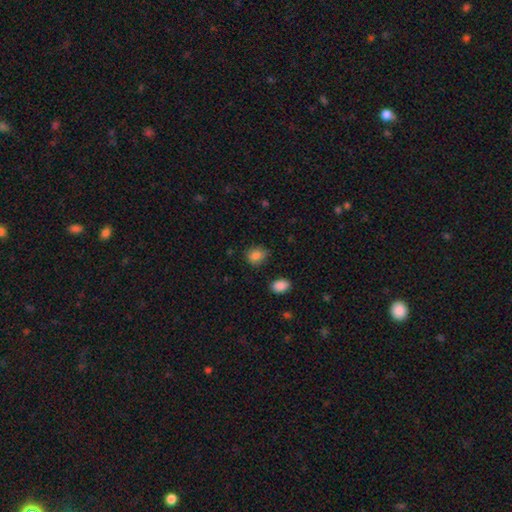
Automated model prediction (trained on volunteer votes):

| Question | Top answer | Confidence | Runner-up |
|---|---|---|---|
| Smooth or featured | smooth | 86% | star or artifact (10%) |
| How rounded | round | 52% | in between (47%) |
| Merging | none | 75% | minor disturbance (19%) |